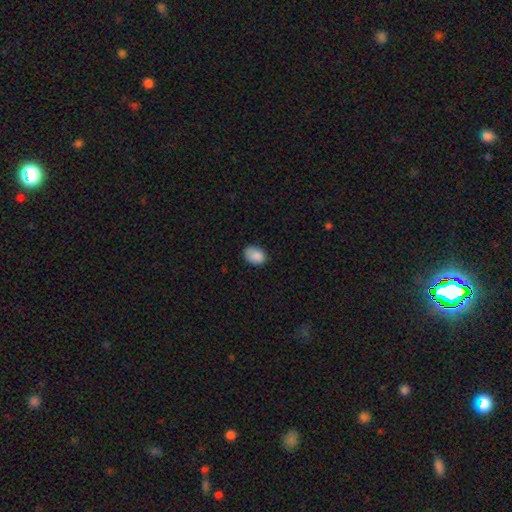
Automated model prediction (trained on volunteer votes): A smooth galaxy with no disk features (87%) that is in between round and cigar-shaped (76%).

Vote fractions:
- Smooth or featured? smooth: 87% / star or artifact: 8% / featured or disk: 5%
- How rounded? in between: 76% / round: 23% / cigar-shaped: 1%
- Merging? none: 73% / minor disturbance: 22% / major disturbance: 4% / merger: 1%